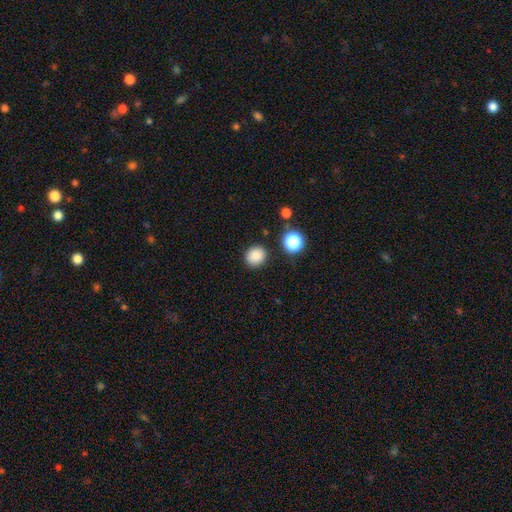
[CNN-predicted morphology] This is clearly a smooth galaxy (85%). How rounded: likely round (78%). Merging: clearly none (87%).